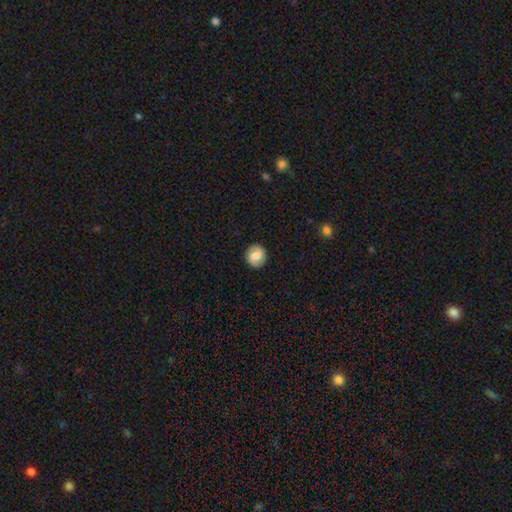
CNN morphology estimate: This appears to be a smooth galaxy with no disk features (65%) that is round (85%). Merging: none (90%).